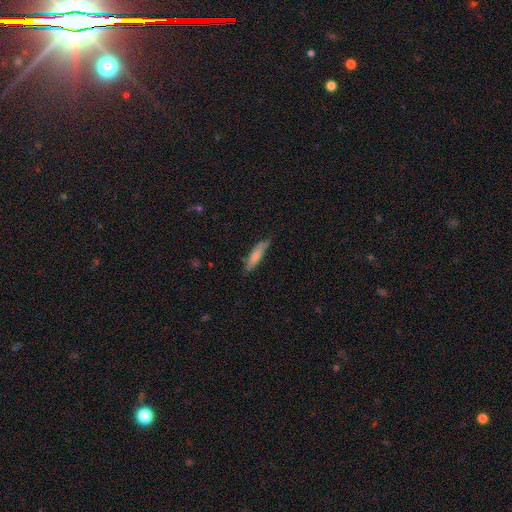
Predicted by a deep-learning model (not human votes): A smooth galaxy with no disk features (76%) that is cigar-shaped (79%).

Vote fractions:
- Smooth or featured? smooth: 76% / featured or disk: 18% / star or artifact: 6%
- How rounded? cigar-shaped: 79% / in between: 20% / round: 1%
- Merging? none: 72% / minor disturbance: 23% / major disturbance: 4% / merger: 2%